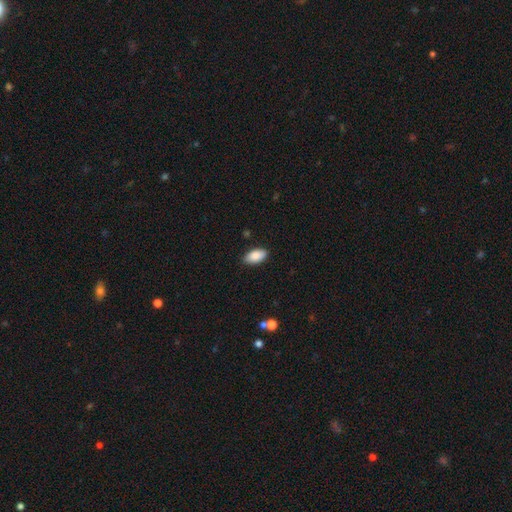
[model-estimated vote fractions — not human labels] Smooth or featured?
  - smooth: 89% *
  - star or artifact: 7%
  - featured or disk: 5%
How rounded?
  - in between: 94% *
  - cigar-shaped: 3%
  - round: 3%
Merging?
  - none: 87% *
  - minor disturbance: 10%
  - major disturbance: 2%
  - merger: 1%